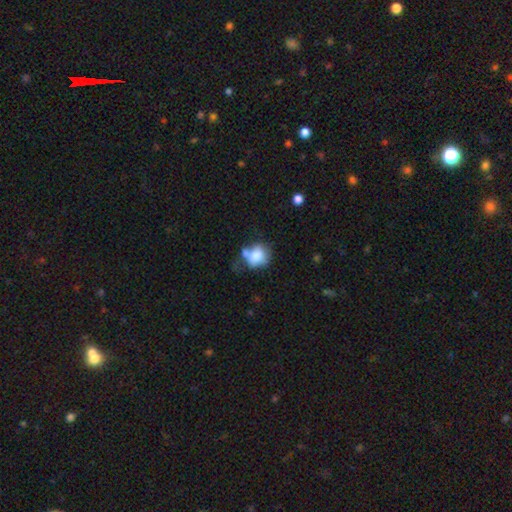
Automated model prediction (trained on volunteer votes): A smooth galaxy with no disk features (75%) that is round (61%).

Vote fractions:
- Smooth or featured? smooth: 75% / featured or disk: 17% / star or artifact: 9%
- How rounded? round: 61% / in between: 38% / cigar-shaped: 1%
- Merging? none: 34% / merger: 29% / minor disturbance: 23% / major disturbance: 14%